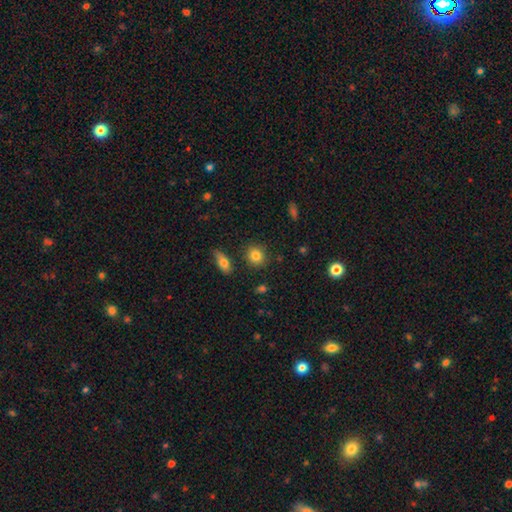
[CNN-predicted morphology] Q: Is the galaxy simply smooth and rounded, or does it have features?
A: smooth — 83%.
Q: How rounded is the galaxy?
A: round — 80%.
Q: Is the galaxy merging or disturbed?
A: none — 85%.